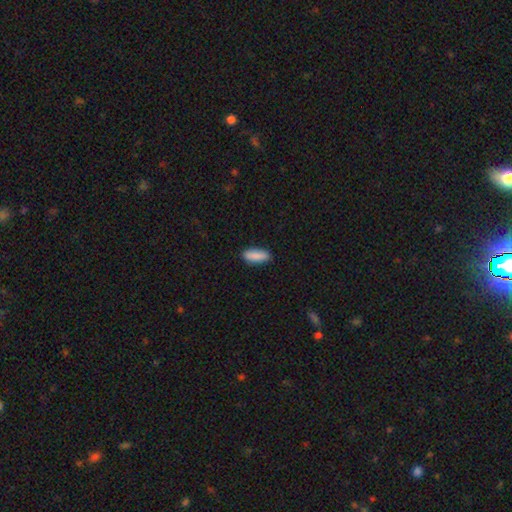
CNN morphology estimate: Smooth or featured? Predicted: smooth (p=0.88). How rounded? Predicted: in between (p=0.68). Merging? Predicted: none (p=0.88).